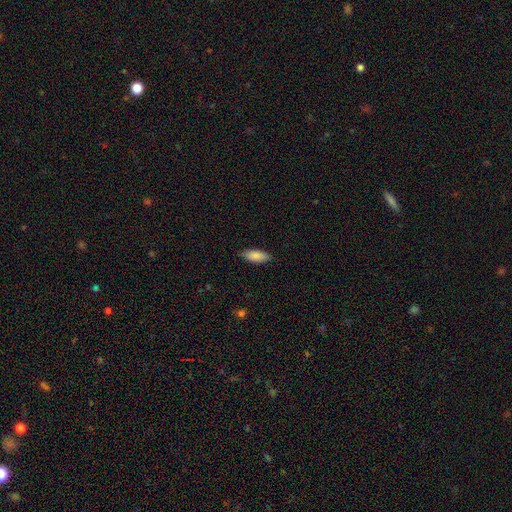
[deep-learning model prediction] Q: Smooth or featured?
A: smooth (87%); runner-up: featured or disk (7%)
Q: How rounded?
A: in between (79%); runner-up: cigar-shaped (19%)
Q: Merging?
A: none (85%); runner-up: minor disturbance (12%)